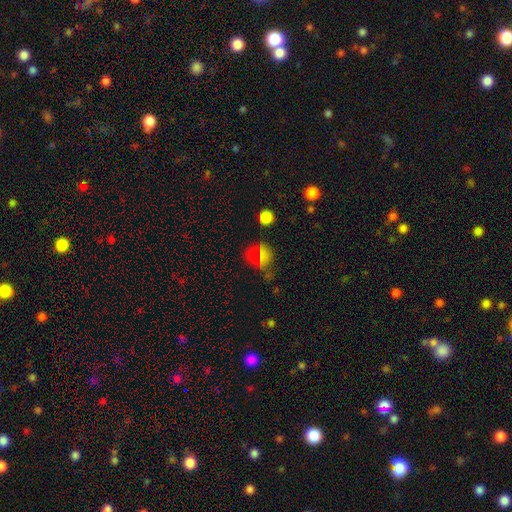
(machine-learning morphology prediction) Smooth or featured: smooth — 57% (star or artifact — 31%)
How rounded: round — 57% (in between — 39%)
Merging: none — 57% (minor disturbance — 20%)